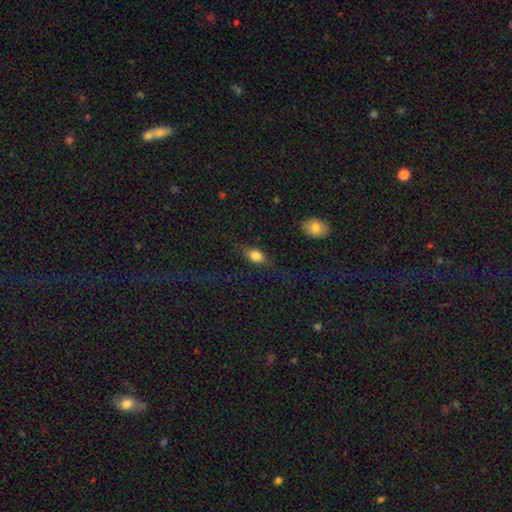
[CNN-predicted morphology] smooth_or_featured: smooth (p=0.76) [alt: featured or disk p=0.15]
how_rounded: in between (p=0.77) [alt: round p=0.14]
merging: none (p=0.70) [alt: minor disturbance p=0.18]